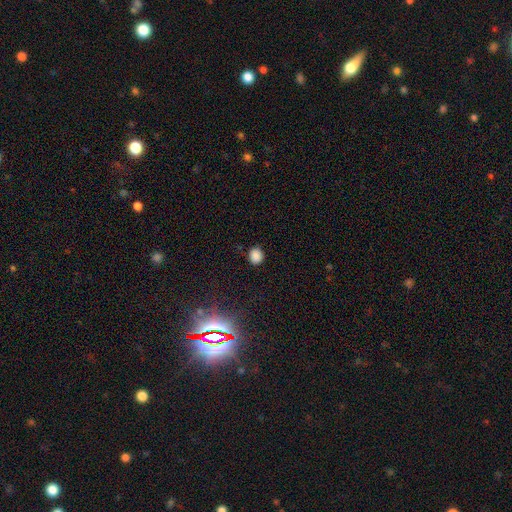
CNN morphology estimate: Smooth or featured: smooth — 83% (star or artifact — 13%)
How rounded: round — 72% (in between — 27%)
Merging: none — 86% (minor disturbance — 10%)